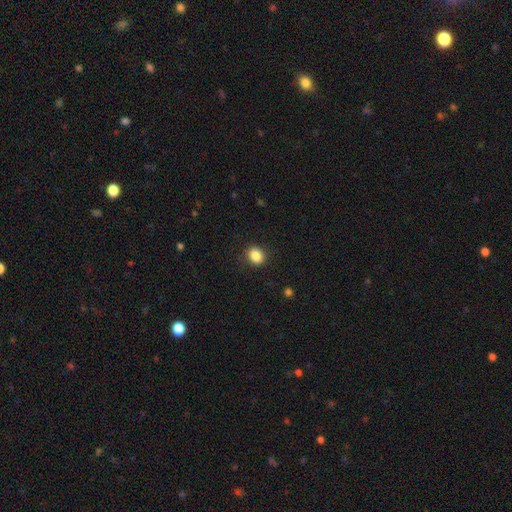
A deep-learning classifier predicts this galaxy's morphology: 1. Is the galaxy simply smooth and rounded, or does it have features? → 86% smooth, 10% star or artifact, 4% featured or disk.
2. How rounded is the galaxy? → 54% round, 45% in between, 1% cigar-shaped.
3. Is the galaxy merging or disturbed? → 86% none, 10% minor disturbance, 3% major disturbance, 1% merger.